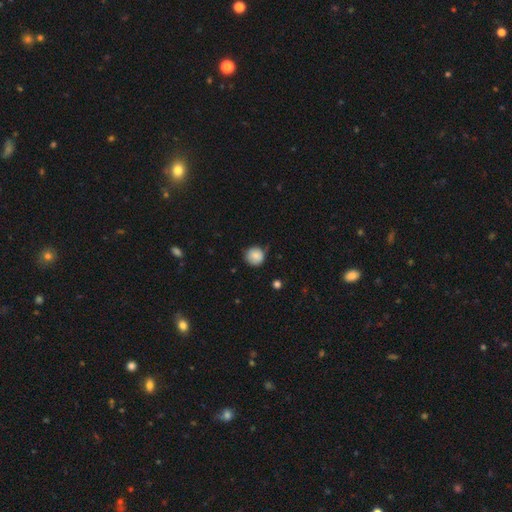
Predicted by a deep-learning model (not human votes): This is clearly a smooth galaxy (84%). How rounded: clearly round (93%). Merging: likely none (73%).